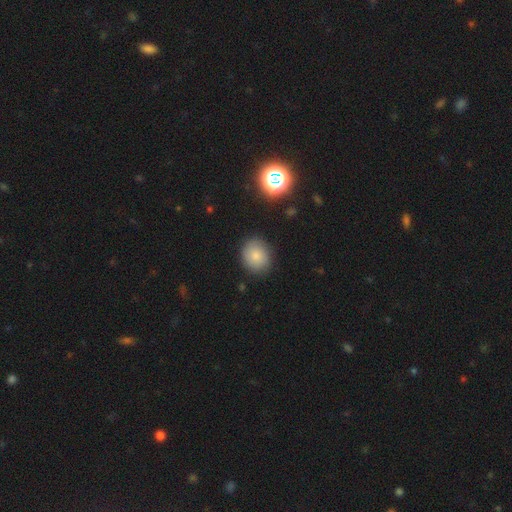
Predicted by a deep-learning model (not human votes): Q: Smooth or featured?
A: smooth (81%); runner-up: star or artifact (10%)
Q: How rounded?
A: round (72%); runner-up: in between (27%)
Q: Merging?
A: none (84%); runner-up: minor disturbance (12%)